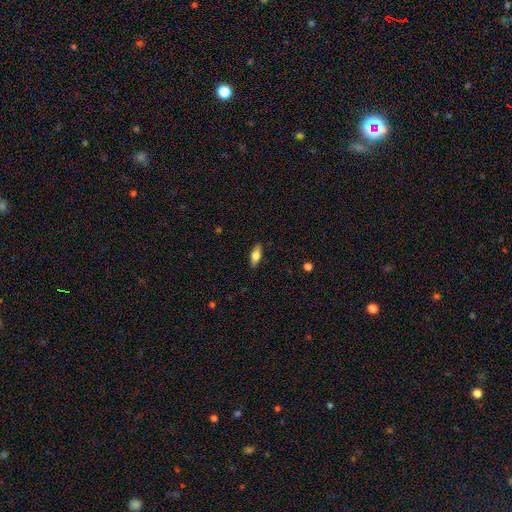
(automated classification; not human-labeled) Smooth or featured? Predicted: smooth (p=0.76). How rounded? Predicted: in between (p=0.79). Merging? Predicted: none (p=0.88).